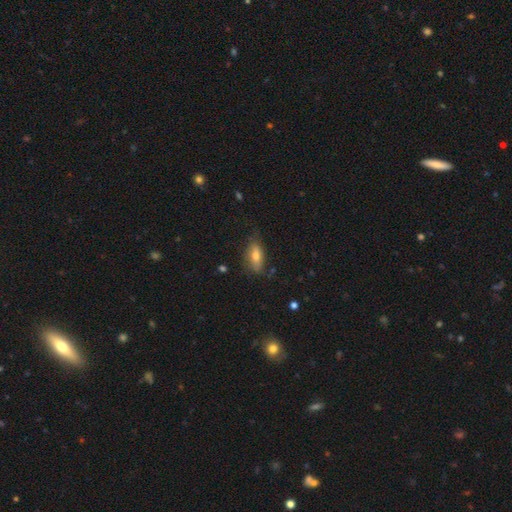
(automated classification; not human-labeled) The model was most divided on "smooth or featured": smooth: 66%, featured or disk: 26%, star or artifact: 8%. More confident: how rounded — in between (72%); merging — none (69%).